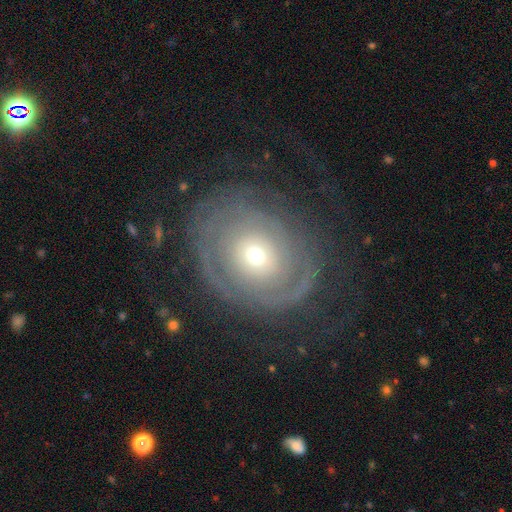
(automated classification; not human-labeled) Smooth or featured? featured or disk (72%)
Edge-on disk? no (95%)
Bar? no (86%)
Spiral arms? yes (69%)
Bulge size? small (56%)
Merging? none (66%)